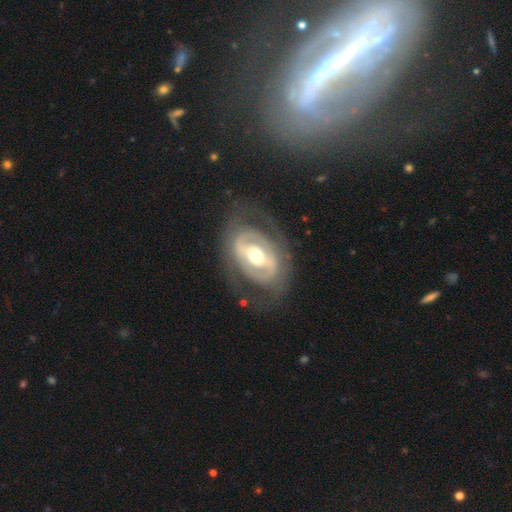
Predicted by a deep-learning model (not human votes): A featured or disk galaxy (78%) with a strong bar (45%), spiral arms (51%) and a moderate central bulge (69%). Merging: none (72%).